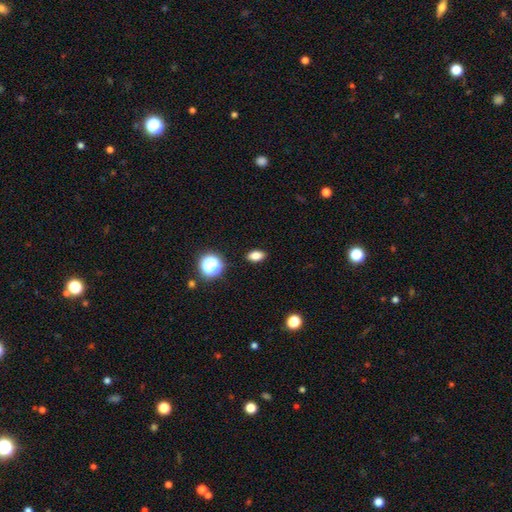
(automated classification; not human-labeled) smooth_or_featured: smooth (p=0.81) [alt: star or artifact p=0.13]
how_rounded: in between (p=0.84) [alt: round p=0.13]
merging: none (p=0.89) [alt: minor disturbance p=0.07]